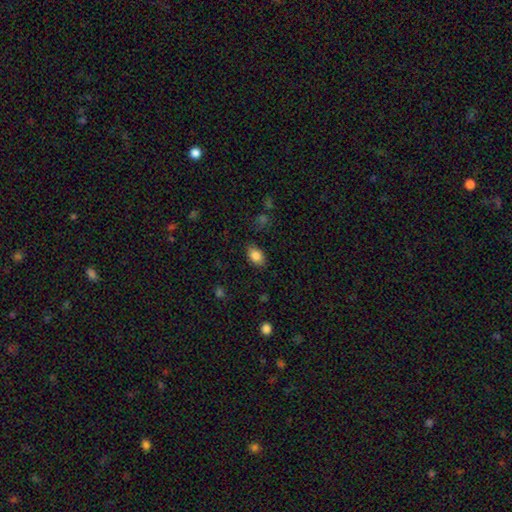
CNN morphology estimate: Q: Smooth or featured?
A: smooth (85%); runner-up: star or artifact (9%)
Q: How rounded?
A: in between (85%); runner-up: round (14%)
Q: Merging?
A: none (83%); runner-up: minor disturbance (12%)